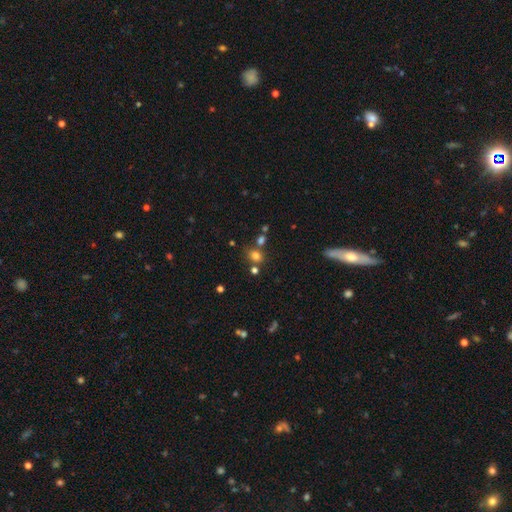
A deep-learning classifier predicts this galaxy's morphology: smooth_or_featured: smooth (p=0.75) [alt: star or artifact p=0.17]
how_rounded: round (p=0.59) [alt: in between p=0.40]
merging: none (p=0.67) [alt: merger p=0.17]